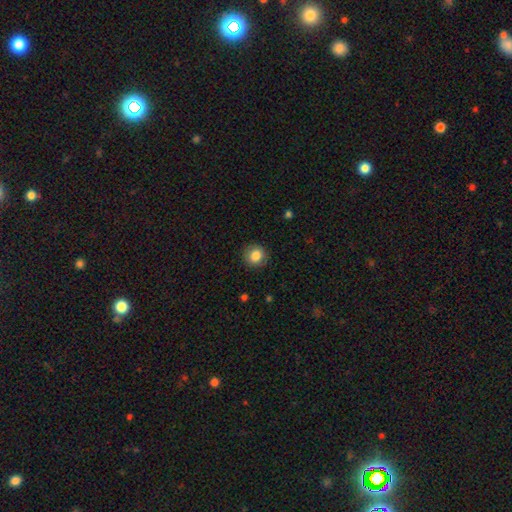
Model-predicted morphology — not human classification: Overall: smooth (84%). How rounded: round (89%). Merging: none (89%).